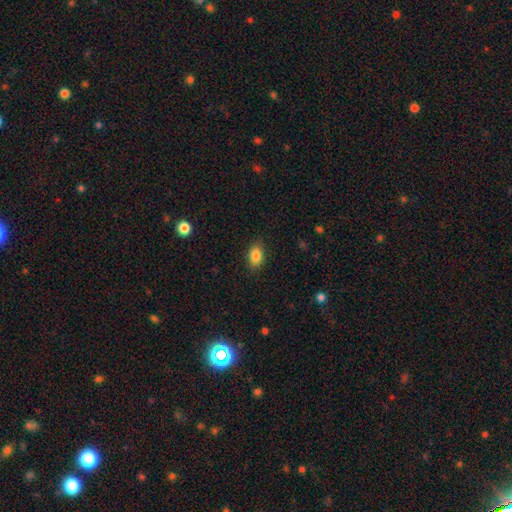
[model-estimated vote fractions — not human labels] smooth_or_featured: smooth (p=0.86) [alt: star or artifact p=0.08]
how_rounded: in between (p=0.85) [alt: round p=0.13]
merging: none (p=0.86) [alt: minor disturbance p=0.10]